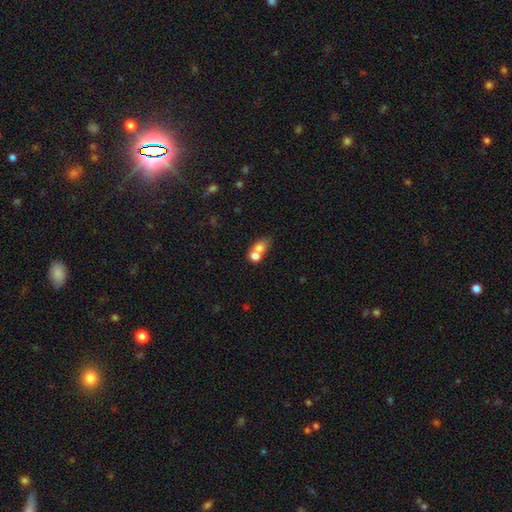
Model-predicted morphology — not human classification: smooth_or_featured: smooth (p=0.72) [alt: featured or disk p=0.18]
how_rounded: in between (p=0.53) [alt: round p=0.45]
merging: merger (p=0.65) [alt: none p=0.24]